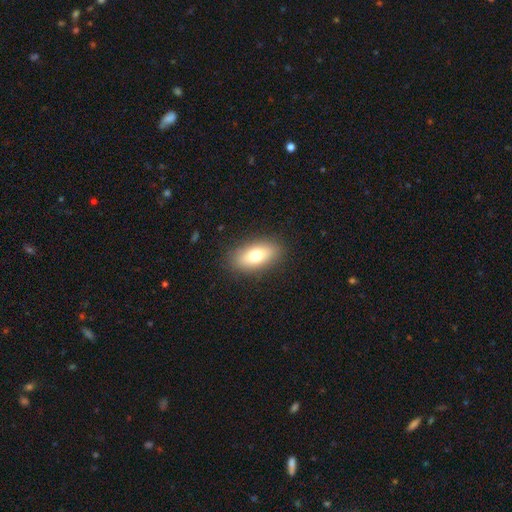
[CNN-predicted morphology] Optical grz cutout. It shows a smooth galaxy with no disk features (72%) that is in between round and cigar-shaped (84%). Merging: none (87%).